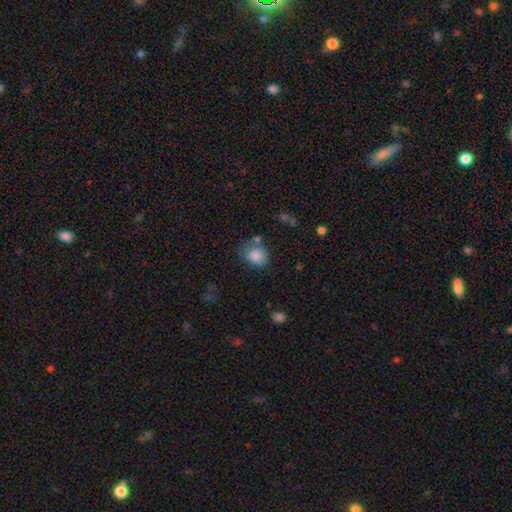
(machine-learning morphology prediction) Smooth or featured? smooth (85%)
How rounded? round (55%)
Merging? none (58%)